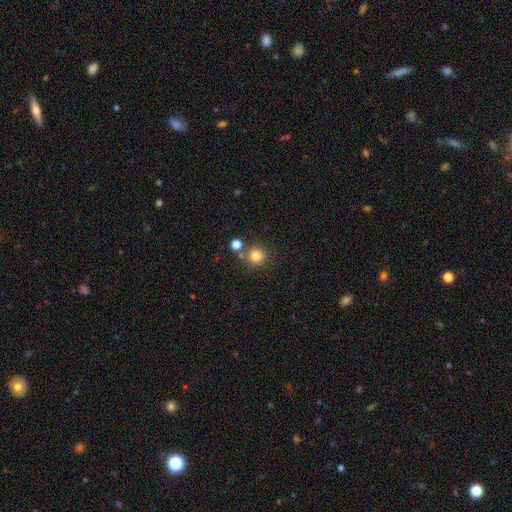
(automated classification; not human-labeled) smooth_or_featured: smooth (p=0.81) [alt: star or artifact p=0.13]
how_rounded: round (p=0.93) [alt: in between p=0.06]
merging: none (p=0.75) [alt: merger p=0.14]